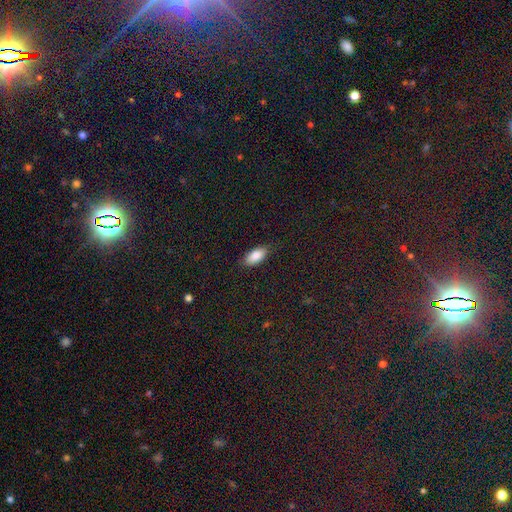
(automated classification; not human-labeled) smooth_or_featured: smooth (p=0.86) [alt: star or artifact p=0.07]
how_rounded: in between (p=0.89) [alt: cigar-shaped p=0.09]
merging: none (p=0.85) [alt: minor disturbance p=0.11]